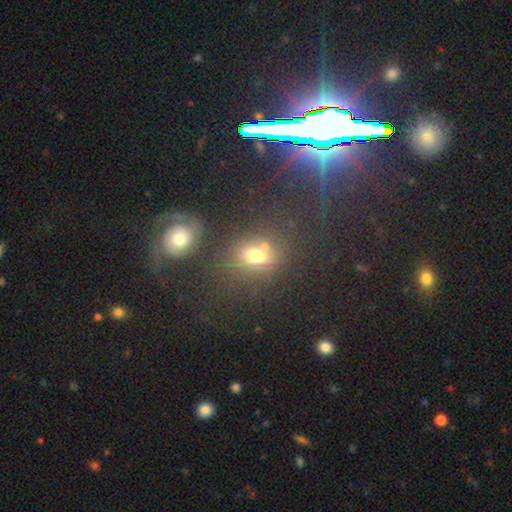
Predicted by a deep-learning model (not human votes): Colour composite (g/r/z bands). It shows a smooth galaxy with no disk features (61%) that is in between round and cigar-shaped (58%). Merging: none (61%).